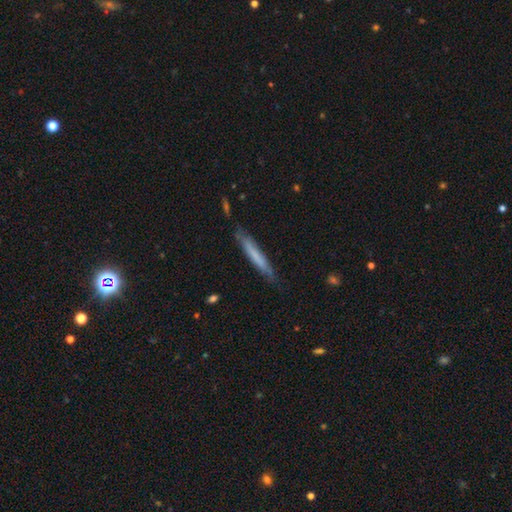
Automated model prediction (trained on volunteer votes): Smooth or featured: smooth — 61% (featured or disk — 33%)
How rounded: cigar-shaped — 95% (in between — 4%)
Merging: none — 79% (minor disturbance — 16%)